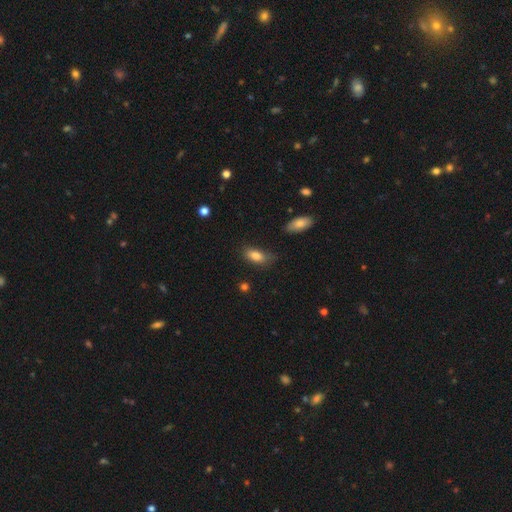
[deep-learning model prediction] A smooth galaxy with no disk features (82%) that is in between round and cigar-shaped (87%). Merging: none (67%).